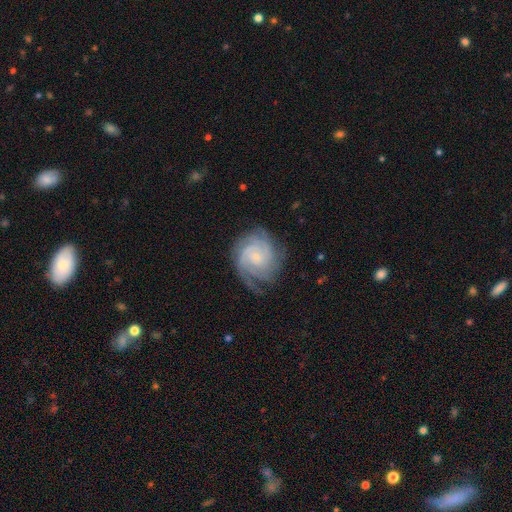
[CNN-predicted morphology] Smooth or featured? featured or disk (85%)
Edge-on disk? no (98%)
Bar? no (71%)
Spiral arms? yes (97%)
Spiral winding? tight (67%)
Spiral arm count? 3 (28%)
Bulge size? small (76%)
Merging? none (70%)